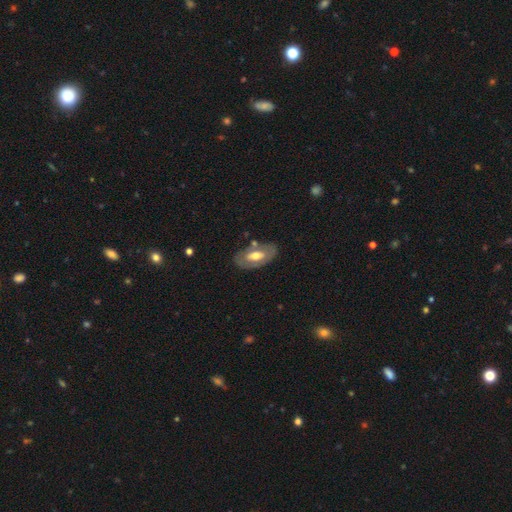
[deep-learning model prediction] Overall: featured or disk (51%; smooth 43%). Edge-on disk: no (86%). Merging: none (72%).